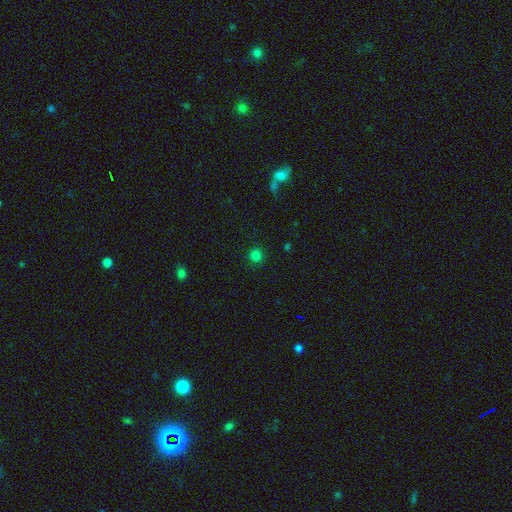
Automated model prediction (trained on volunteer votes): This is likely a smooth galaxy (79%). How rounded: clearly round (93%). Merging: clearly none (91%).